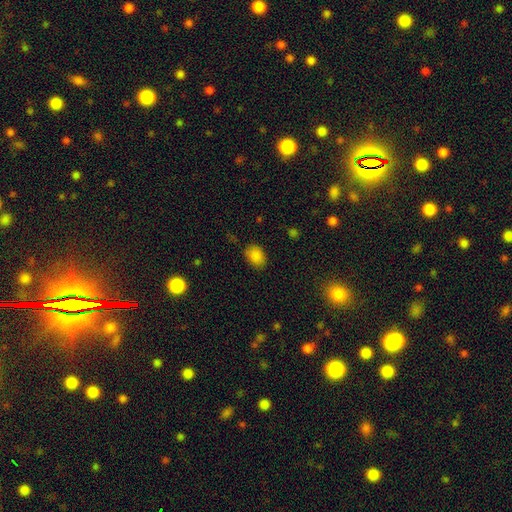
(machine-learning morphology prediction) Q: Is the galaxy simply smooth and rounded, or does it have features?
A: smooth — 86%.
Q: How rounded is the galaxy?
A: in between — 75%.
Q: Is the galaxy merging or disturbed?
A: none — 82%.